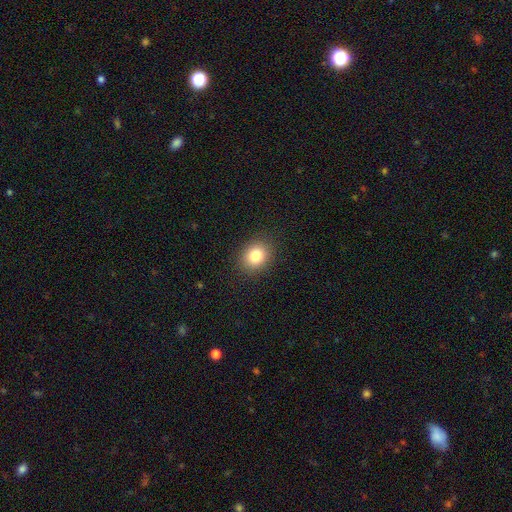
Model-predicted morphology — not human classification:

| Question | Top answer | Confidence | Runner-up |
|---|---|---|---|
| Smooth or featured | smooth | 82% | star or artifact (11%) |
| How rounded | round | 55% | in between (44%) |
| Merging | none | 89% | minor disturbance (8%) |